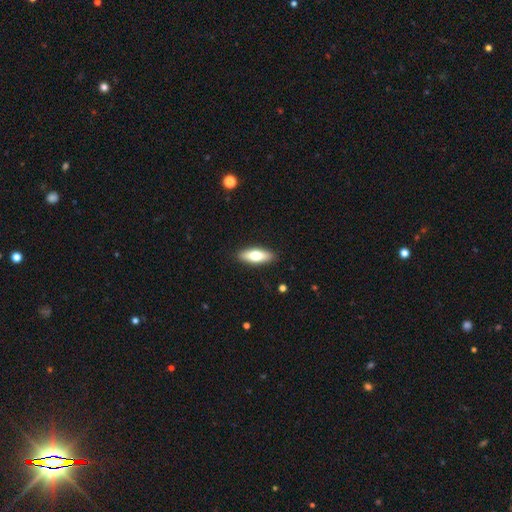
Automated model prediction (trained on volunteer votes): This is likely a smooth galaxy (66%). How rounded: likely in between (63%). Merging: clearly none (89%).